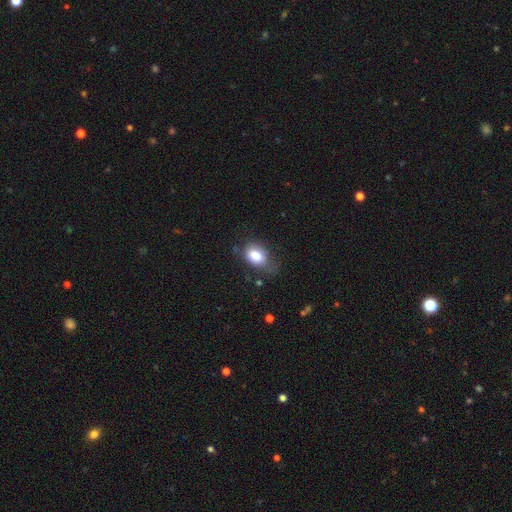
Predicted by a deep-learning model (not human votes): smooth 80%, featured or disk 12%, star or artifact 8%. Down the decision tree: how rounded — in between (80%); merging — none (49%).